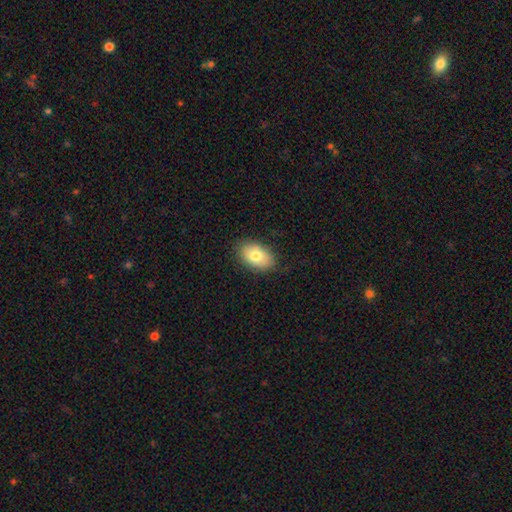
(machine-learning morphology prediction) Q: Smooth or featured?
A: smooth (78%); runner-up: featured or disk (15%)
Q: How rounded?
A: in between (90%); runner-up: round (9%)
Q: Merging?
A: none (84%); runner-up: minor disturbance (12%)